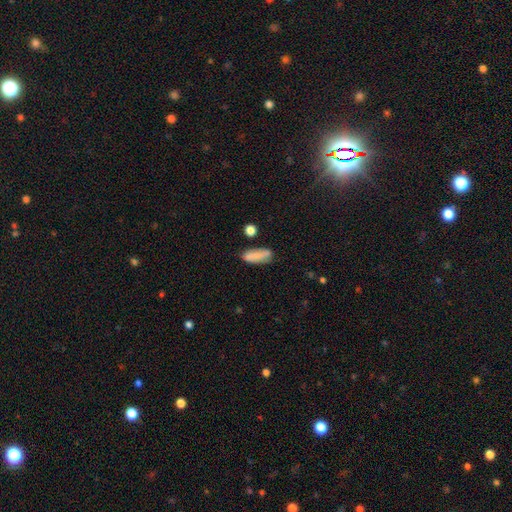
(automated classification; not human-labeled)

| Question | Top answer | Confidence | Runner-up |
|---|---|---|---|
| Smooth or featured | smooth | 77% | featured or disk (16%) |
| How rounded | in between | 66% | cigar-shaped (32%) |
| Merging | none | 68% | minor disturbance (20%) |